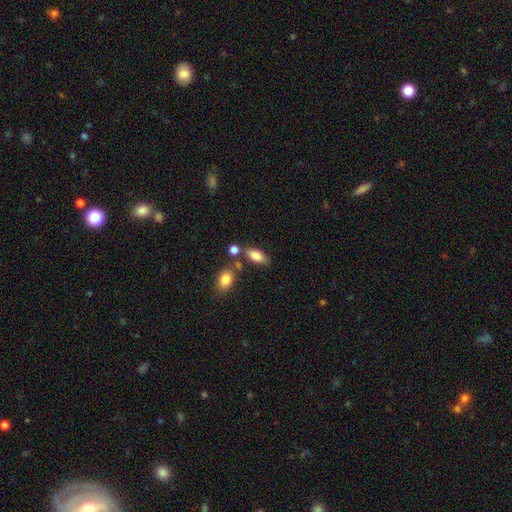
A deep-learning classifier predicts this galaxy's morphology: Smooth or featured: smooth — 82% (featured or disk — 10%)
How rounded: in between — 83% (cigar-shaped — 12%)
Merging: none — 65% (minor disturbance — 15%)